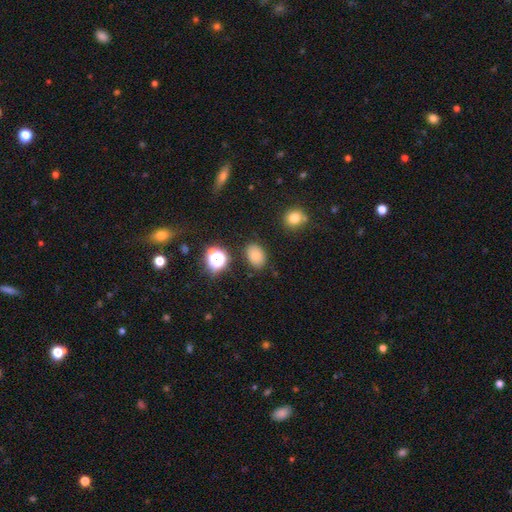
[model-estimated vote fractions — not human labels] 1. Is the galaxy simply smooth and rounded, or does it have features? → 74% smooth, 16% star or artifact, 10% featured or disk.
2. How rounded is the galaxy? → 75% in between, 24% round, 1% cigar-shaped.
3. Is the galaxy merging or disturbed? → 83% none, 11% minor disturbance, 3% major disturbance, 3% merger.